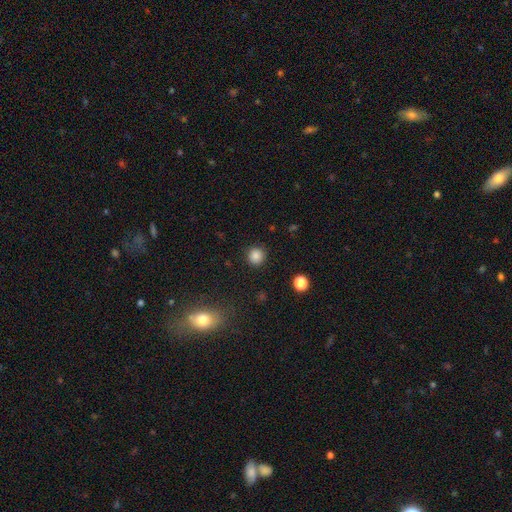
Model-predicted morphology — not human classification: smooth-or-featured: smooth: 85% | star or artifact: 12% | featured or disk: 4%
  how-rounded: round: 93% | in between: 6% | cigar-shaped: 1%
  merging: none: 90% | minor disturbance: 6% | major disturbance: 2% | merger: 1%